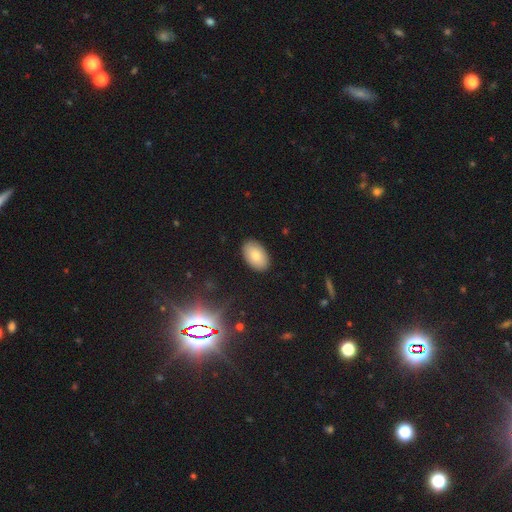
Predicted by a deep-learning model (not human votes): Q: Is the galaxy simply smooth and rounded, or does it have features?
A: smooth — 80%.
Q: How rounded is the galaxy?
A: in between — 93%.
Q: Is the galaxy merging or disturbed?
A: none — 89%.